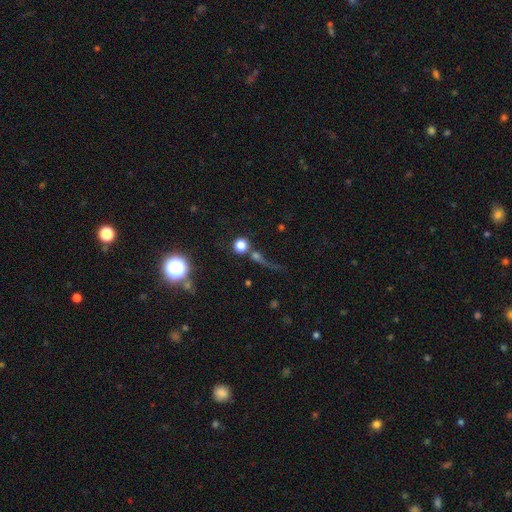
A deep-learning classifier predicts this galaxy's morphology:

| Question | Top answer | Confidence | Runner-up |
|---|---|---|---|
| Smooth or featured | star or artifact | 40% | smooth (39%) |